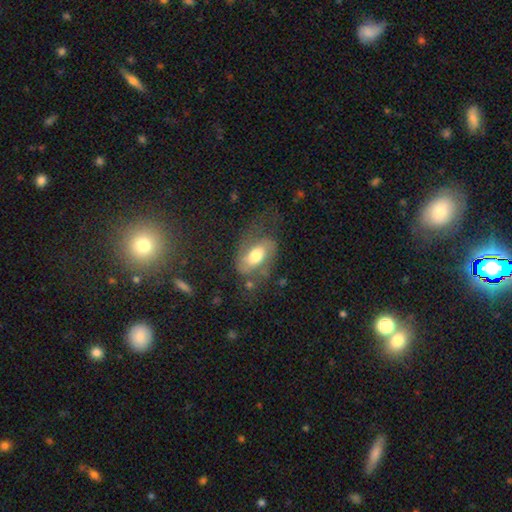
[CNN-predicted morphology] This appears to be a featured or disk galaxy (48%). Merging: none (43%).